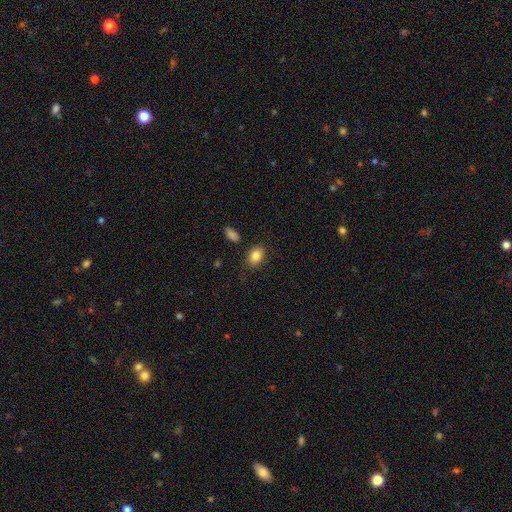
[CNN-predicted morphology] This appears to be a smooth galaxy with no disk features (85%) that is in between round and cigar-shaped (71%). Merging: none (81%).